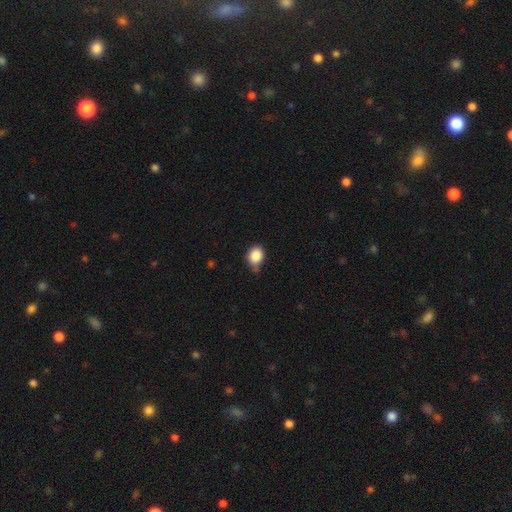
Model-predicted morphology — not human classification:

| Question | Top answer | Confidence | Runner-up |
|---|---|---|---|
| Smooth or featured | smooth | 86% | star or artifact (9%) |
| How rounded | round | 58% | in between (41%) |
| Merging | none | 58% | minor disturbance (32%) |